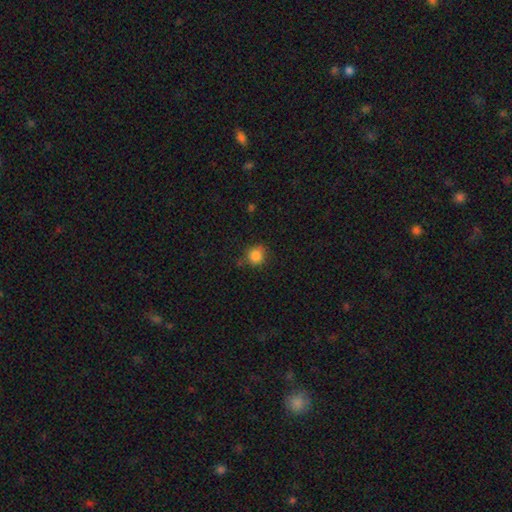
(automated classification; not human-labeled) Smooth or featured?
  - smooth: 85% *
  - star or artifact: 10%
  - featured or disk: 5%
How rounded?
  - round: 83% *
  - in between: 16%
  - cigar-shaped: 1%
Merging?
  - none: 73% *
  - minor disturbance: 19%
  - major disturbance: 4%
  - merger: 3%